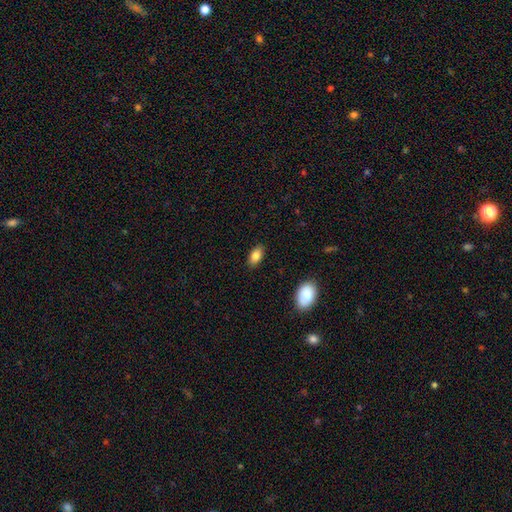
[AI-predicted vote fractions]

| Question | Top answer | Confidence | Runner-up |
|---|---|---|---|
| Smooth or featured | smooth | 83% | featured or disk (9%) |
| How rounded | in between | 91% | round (5%) |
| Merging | none | 87% | minor disturbance (9%) |